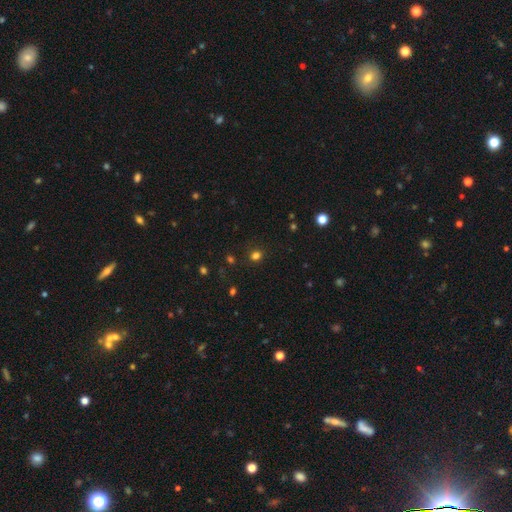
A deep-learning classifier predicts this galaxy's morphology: Q: Smooth or featured?
A: smooth (77%); runner-up: star or artifact (19%)
Q: How rounded?
A: round (72%); runner-up: in between (27%)
Q: Merging?
A: none (86%); runner-up: minor disturbance (9%)